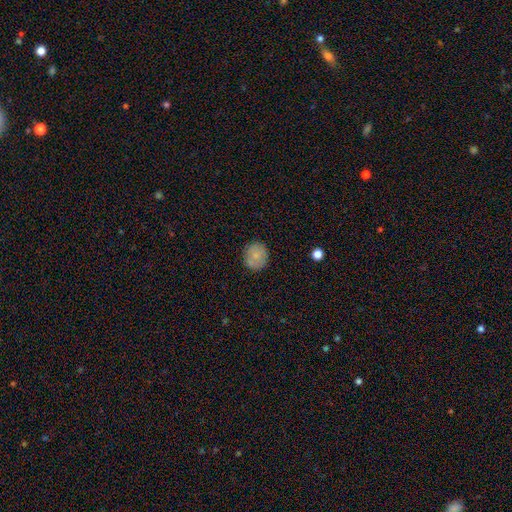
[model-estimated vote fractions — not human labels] Q: Smooth or featured?
A: smooth (74%); runner-up: featured or disk (18%)
Q: How rounded?
A: round (79%); runner-up: in between (20%)
Q: Merging?
A: none (85%); runner-up: minor disturbance (11%)